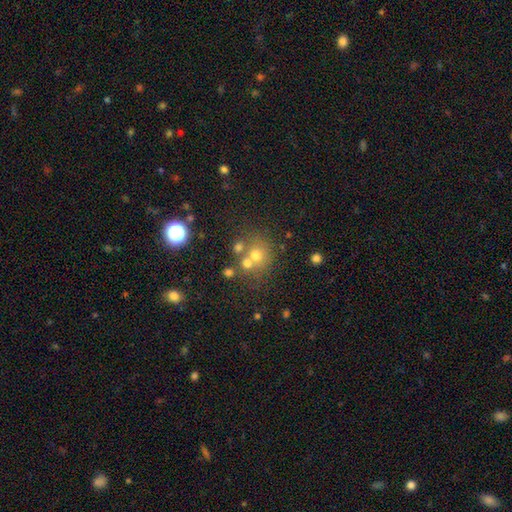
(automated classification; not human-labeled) A smooth galaxy with no disk features (62%) that is round (82%). Merging: none (55%).